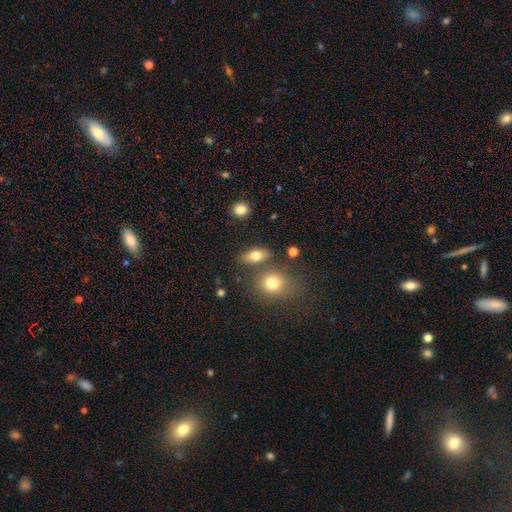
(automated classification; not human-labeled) Smooth or featured: smooth — 76% (featured or disk — 14%)
How rounded: in between — 77% (round — 13%)
Merging: none — 74% (merger — 12%)